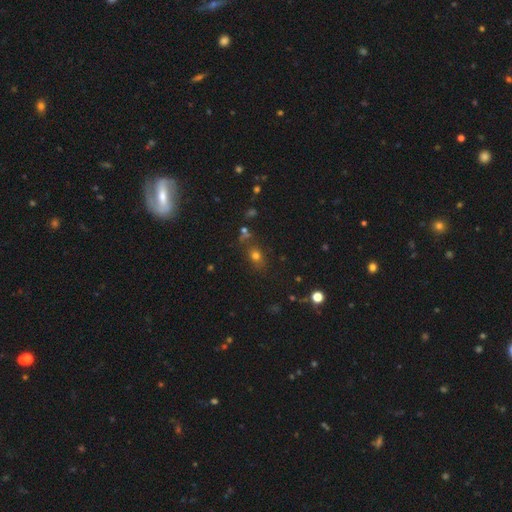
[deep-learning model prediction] A smooth galaxy with no disk features (68%) that is in between round and cigar-shaped (51%).

Vote fractions:
- Smooth or featured? smooth: 68% / star or artifact: 22% / featured or disk: 10%
- How rounded? in between: 51% / round: 46% / cigar-shaped: 3%
- Merging? none: 72% / minor disturbance: 14% / merger: 9% / major disturbance: 5%